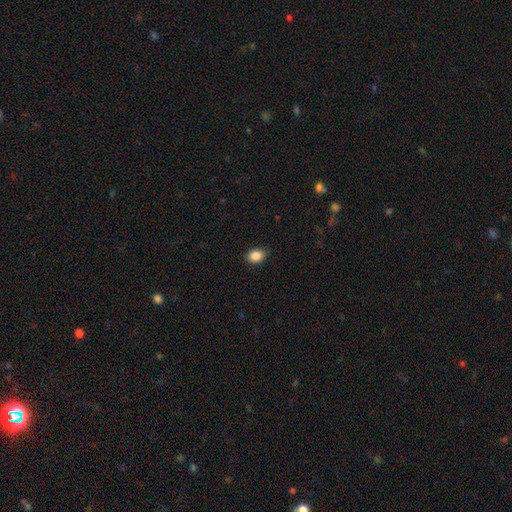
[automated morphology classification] This is clearly a smooth galaxy (88%). How rounded: likely in between (65%). Merging: clearly none (87%).